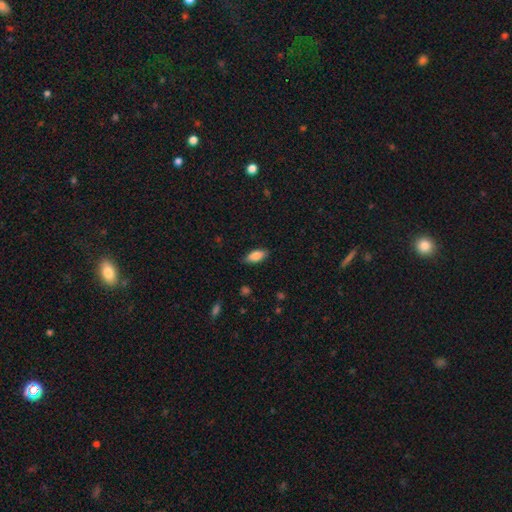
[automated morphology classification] smooth-or-featured: smooth: 82% | featured or disk: 12% | star or artifact: 7%
  how-rounded: in between: 83% | cigar-shaped: 14% | round: 2%
  merging: none: 85% | minor disturbance: 12% | major disturbance: 2% | merger: 1%